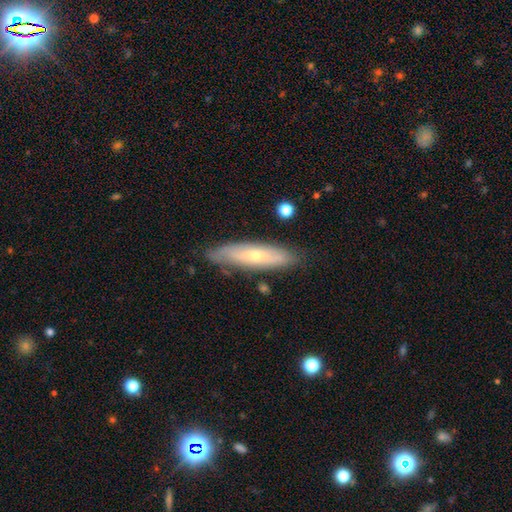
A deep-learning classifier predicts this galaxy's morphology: featured or disk 50%, smooth 43%, star or artifact 7%. Down the decision tree: edge-on disk — yes (51%); merging — none (79%).